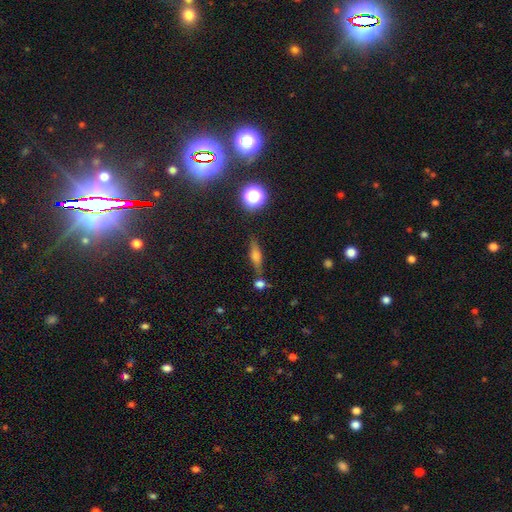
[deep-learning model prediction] Smooth or featured? Predicted: smooth (p=0.48). Merging? Predicted: none (p=0.72).